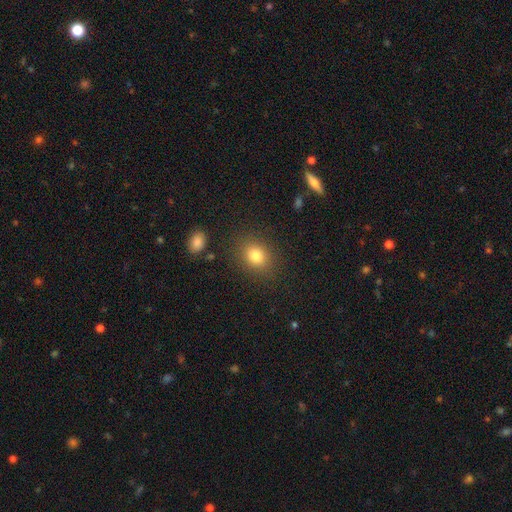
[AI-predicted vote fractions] smooth 81%, star or artifact 12%, featured or disk 8%. Down the decision tree: how rounded — round (51%); merging — none (85%).